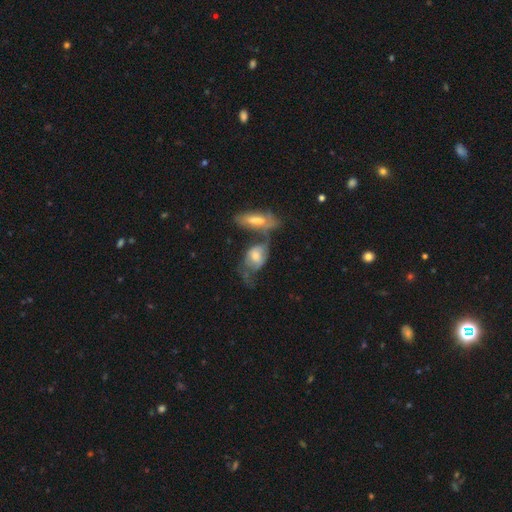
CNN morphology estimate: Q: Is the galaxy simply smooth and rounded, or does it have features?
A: featured or disk — 56%.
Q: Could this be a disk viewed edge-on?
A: no — 89%.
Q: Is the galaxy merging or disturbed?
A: merger — 49%.